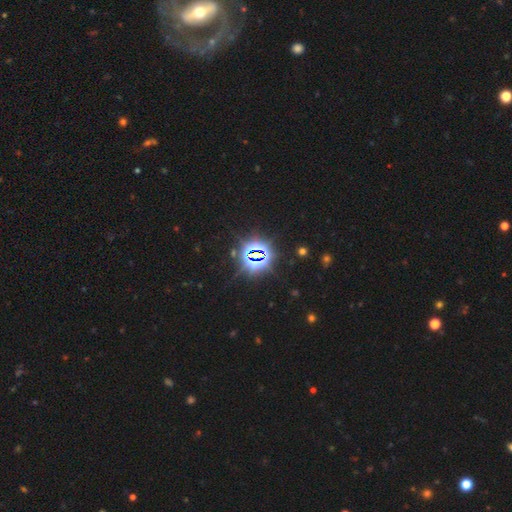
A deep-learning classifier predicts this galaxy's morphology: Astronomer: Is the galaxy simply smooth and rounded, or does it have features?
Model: star or artifact — 82%.